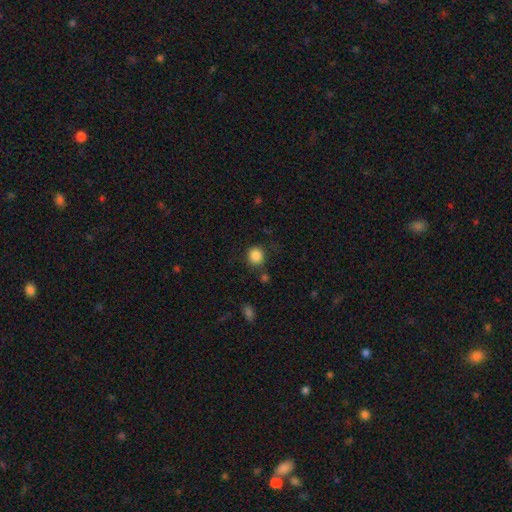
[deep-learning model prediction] The model was most divided on "merging": none: 82%, minor disturbance: 10%, merger: 4%, major disturbance: 4%. More confident: how rounded — round (87%); smooth or featured — smooth (86%).